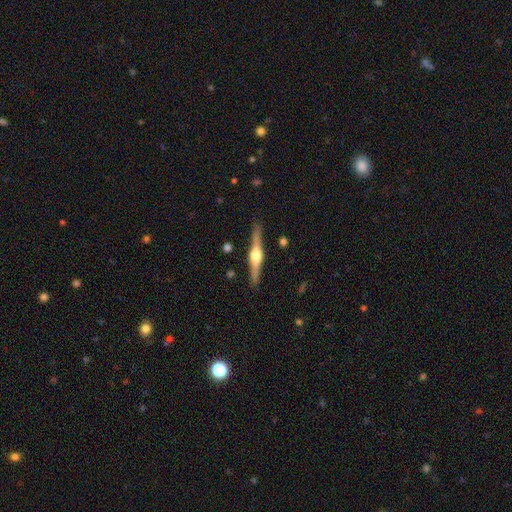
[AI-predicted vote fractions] This is likely a featured or disk galaxy (77%). It is clearly viewed edge-on (98%). Edge-on bulge: clearly rounded (93%). Merging: clearly none (89%).